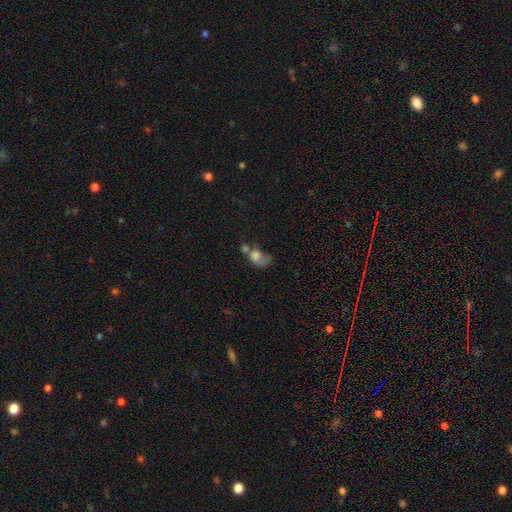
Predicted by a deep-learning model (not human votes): smooth 71%, featured or disk 18%, star or artifact 11%. Down the decision tree: how rounded — in between (67%); merging — merger (46%).